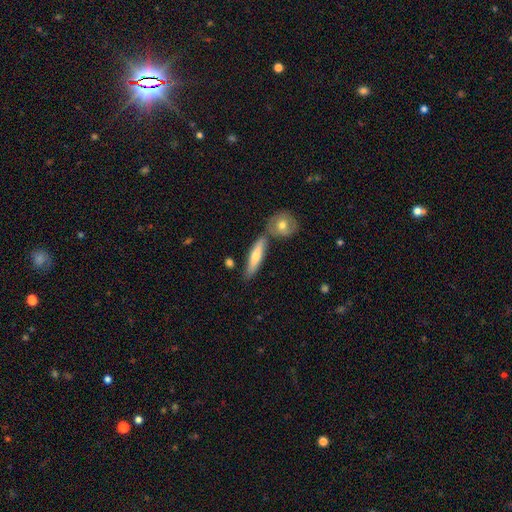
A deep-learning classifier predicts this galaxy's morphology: smooth-or-featured: smooth: 55% | featured or disk: 39% | star or artifact: 5%
  how-rounded: cigar-shaped: 78% | in between: 20% | round: 2%
  merging: none: 67% | merger: 19% | minor disturbance: 11% | major disturbance: 3%